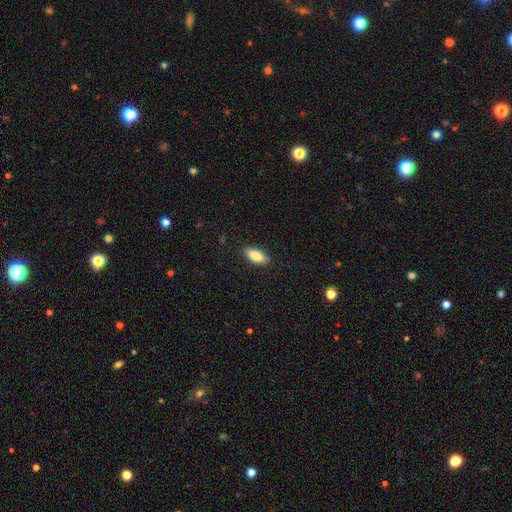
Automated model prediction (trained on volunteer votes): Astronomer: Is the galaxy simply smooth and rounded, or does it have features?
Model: smooth — 84%.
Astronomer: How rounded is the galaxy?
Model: in between — 84%.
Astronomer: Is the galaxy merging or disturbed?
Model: none — 87%.